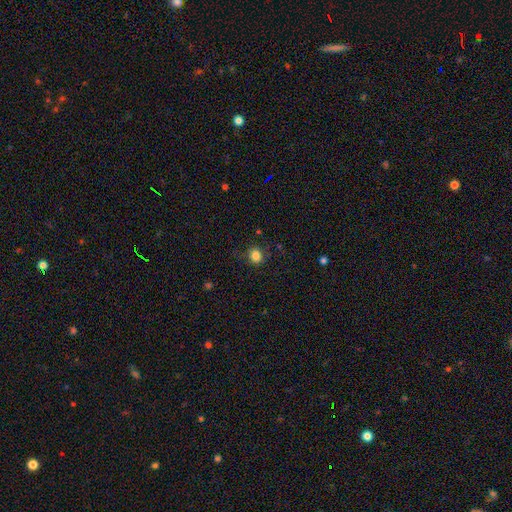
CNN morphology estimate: The model was most divided on "how rounded": round: 81%, in between: 18%, cigar-shaped: 1%. More confident: smooth or featured — smooth (83%); merging — none (83%).